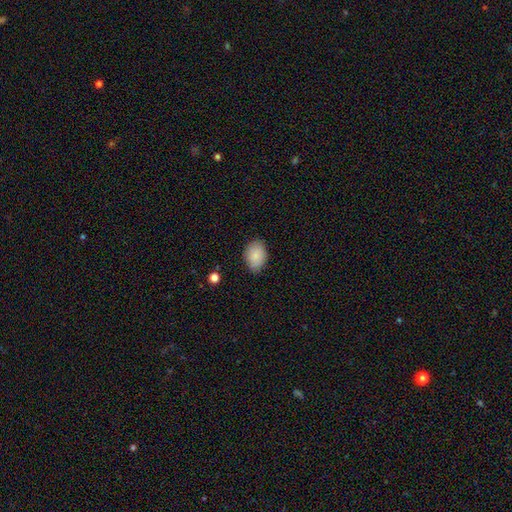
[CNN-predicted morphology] The model was most divided on "how rounded": in between: 81%, round: 18%, cigar-shaped: 1%. More confident: smooth or featured — smooth (86%); merging — none (79%).